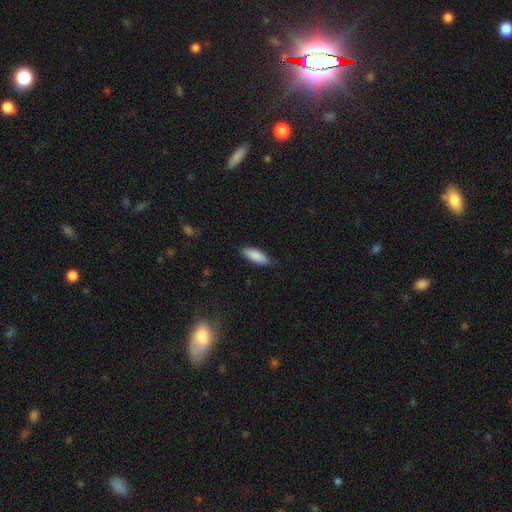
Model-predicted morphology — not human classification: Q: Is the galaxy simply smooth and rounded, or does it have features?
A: smooth — 88%.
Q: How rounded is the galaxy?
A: in between — 68%.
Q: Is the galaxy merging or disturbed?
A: none — 80%.